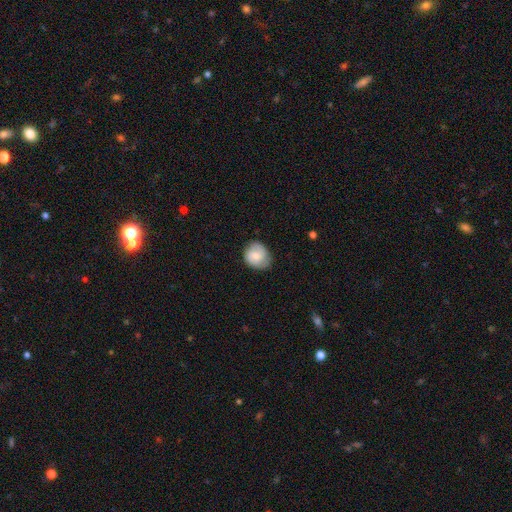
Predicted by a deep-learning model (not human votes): smooth_or_featured: smooth (p=0.72) [alt: featured or disk p=0.21]
how_rounded: round (p=0.74) [alt: in between p=0.25]
merging: none (p=0.69) [alt: minor disturbance p=0.24]